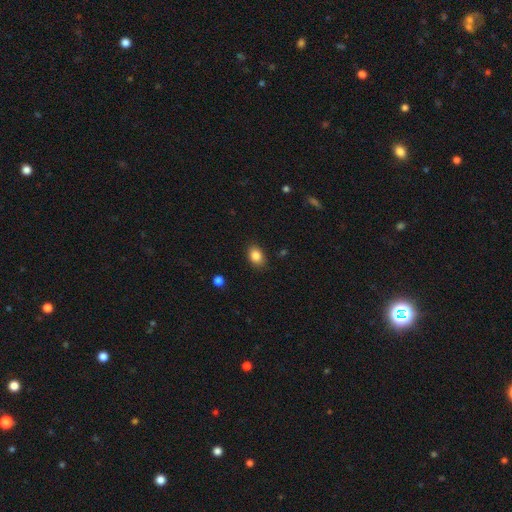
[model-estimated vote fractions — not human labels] Smooth or featured? Predicted: smooth (p=0.85). How rounded? Predicted: in between (p=0.72). Merging? Predicted: none (p=0.85).